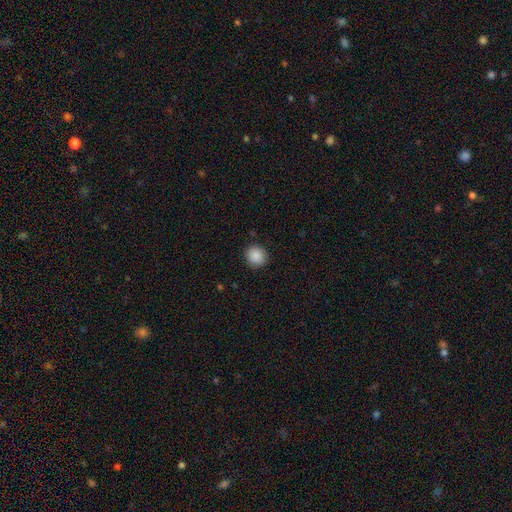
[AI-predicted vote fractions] smooth-or-featured: smooth: 89% | star or artifact: 8% | featured or disk: 3%
  how-rounded: round: 92% | in between: 7% | cigar-shaped: 1%
  merging: none: 91% | minor disturbance: 6% | major disturbance: 2% | merger: 1%